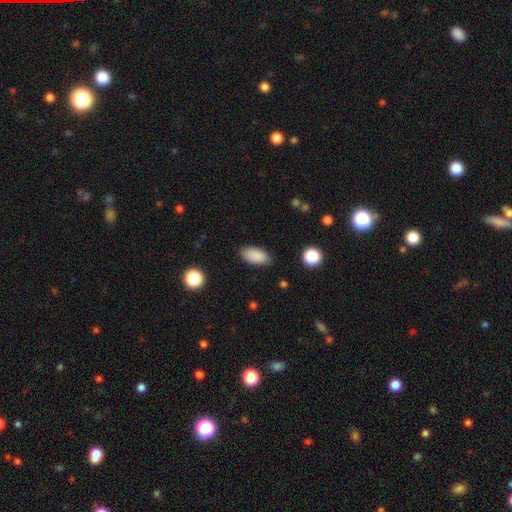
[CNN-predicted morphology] This appears to be a smooth galaxy with no disk features (88%) that is in between round and cigar-shaped (92%). Merging: none (85%).